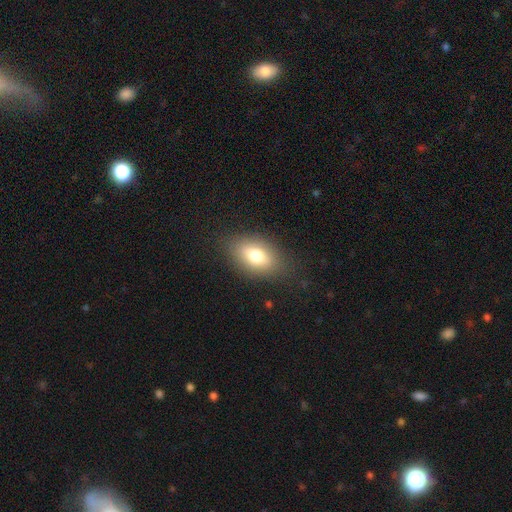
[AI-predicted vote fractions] Smooth or featured? Predicted: smooth (p=0.75). How rounded? Predicted: in between (p=0.86). Merging? Predicted: none (p=0.83).